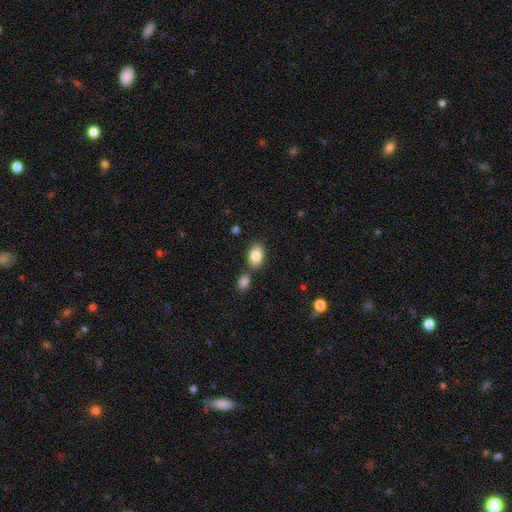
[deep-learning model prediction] A smooth galaxy with no disk features (84%) that is in between round and cigar-shaped (88%). Merging: none (65%).